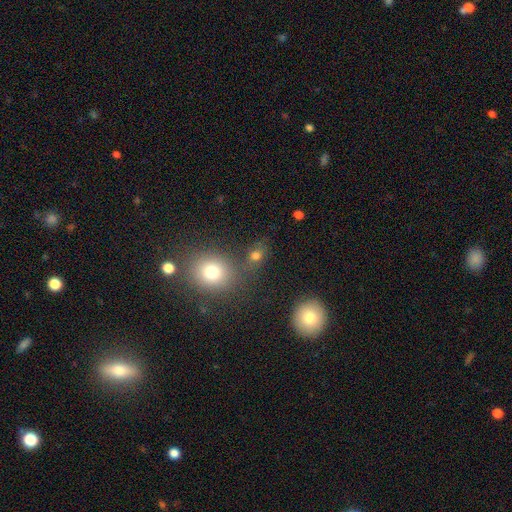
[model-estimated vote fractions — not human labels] A smooth galaxy with no disk features (73%) that is in between round and cigar-shaped (49%). Merging: none (64%).